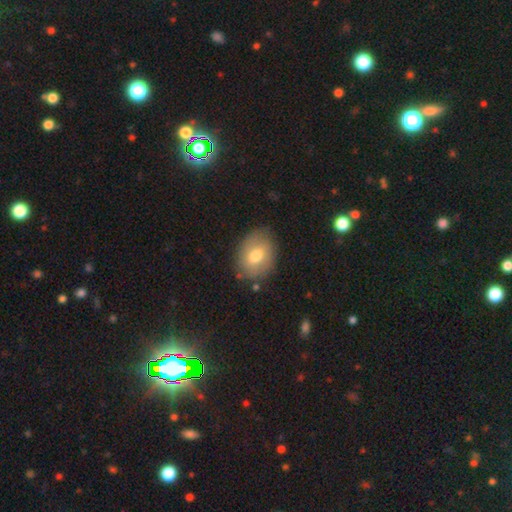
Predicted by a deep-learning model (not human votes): Morphology: type=smooth (68%); roundness=in between (66%); merging=none (79%).